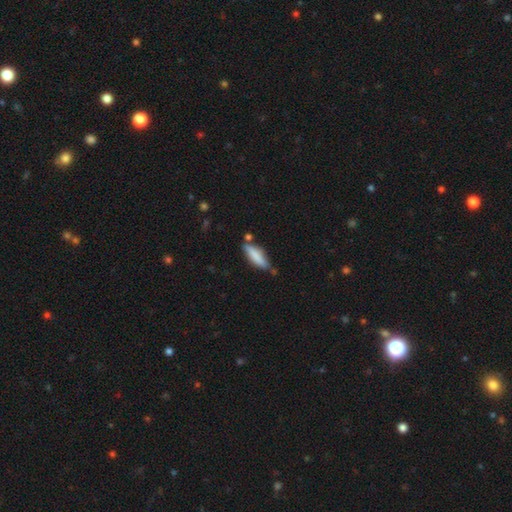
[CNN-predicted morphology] This is likely a smooth galaxy (76%). How rounded: likely cigar-shaped (63%). Merging: likely none (61%).